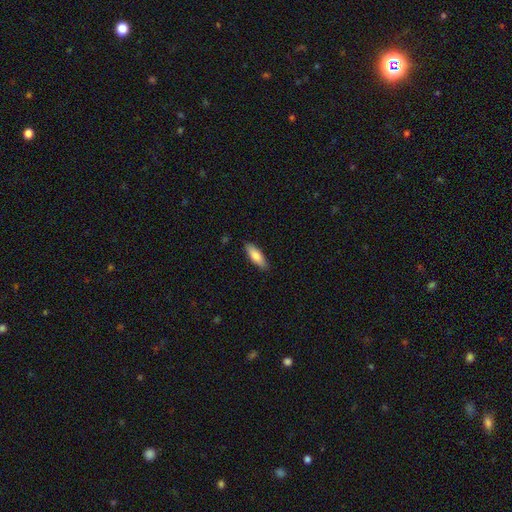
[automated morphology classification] Smooth or featured? Predicted: smooth (p=0.79). How rounded? Predicted: in between (p=0.53). Merging? Predicted: none (p=0.87).